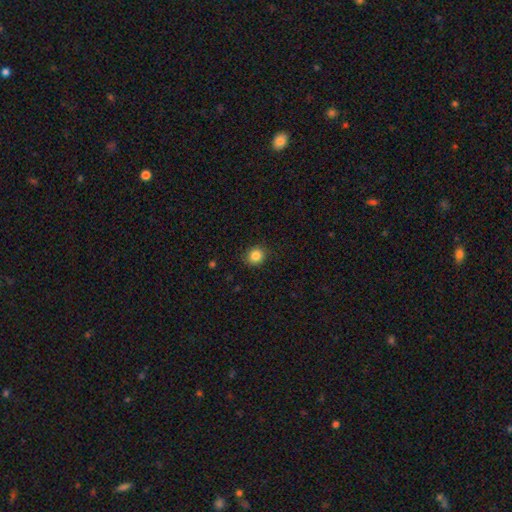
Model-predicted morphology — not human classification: This is clearly a smooth galaxy (85%). How rounded: clearly round (85%). Merging: clearly none (88%).